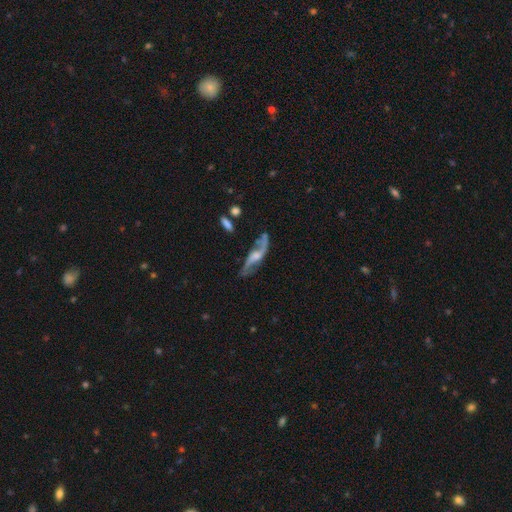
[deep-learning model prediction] Smooth or featured? featured or disk (85%)
Edge-on disk? no (84%)
Bar? no (45%)
Spiral arms? yes (95%)
Spiral winding? loose (63%)
Spiral arm count? 2 (89%)
Bulge size? moderate (49%)
Merging? none (68%)